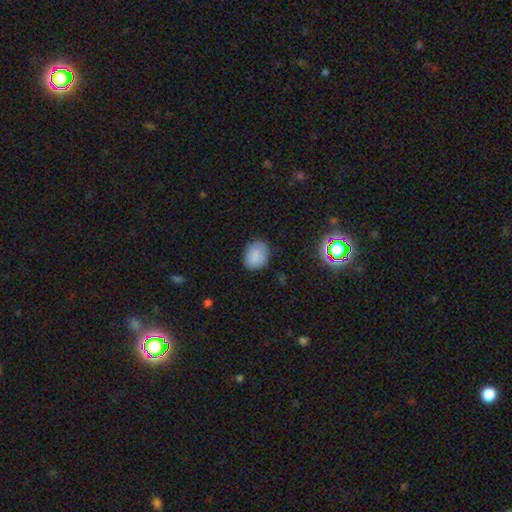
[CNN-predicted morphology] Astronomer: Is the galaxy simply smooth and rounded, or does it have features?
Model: smooth — 85%.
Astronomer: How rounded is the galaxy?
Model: in between — 54% (runner-up: round, 45%).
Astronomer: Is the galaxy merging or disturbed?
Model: none — 81%.